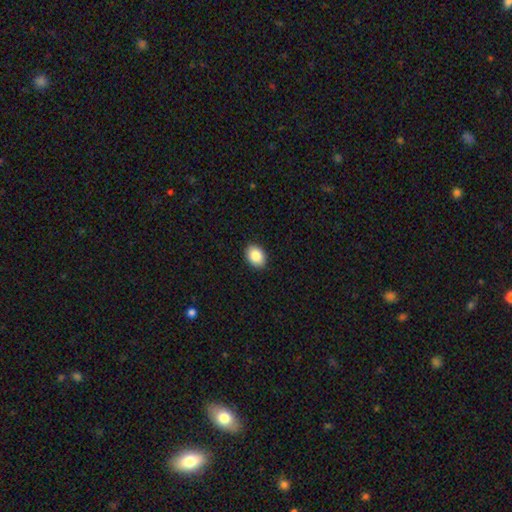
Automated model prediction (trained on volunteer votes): Smooth or featured? Predicted: smooth (p=0.87). How rounded? Predicted: in between (p=0.74). Merging? Predicted: none (p=0.90).